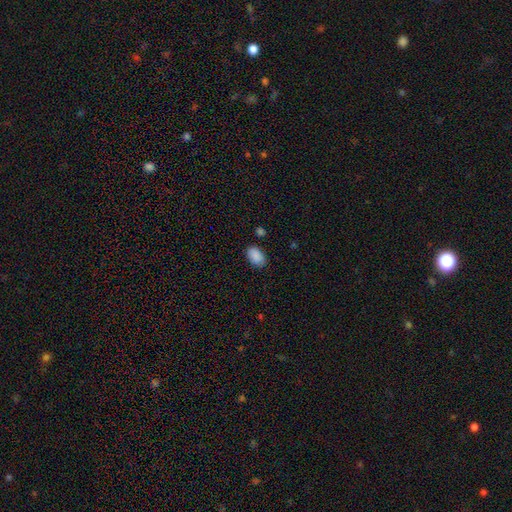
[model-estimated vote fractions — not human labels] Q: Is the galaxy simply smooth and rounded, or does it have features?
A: smooth — 89%.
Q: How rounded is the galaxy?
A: in between — 89%.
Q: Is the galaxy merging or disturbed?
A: none — 82%.